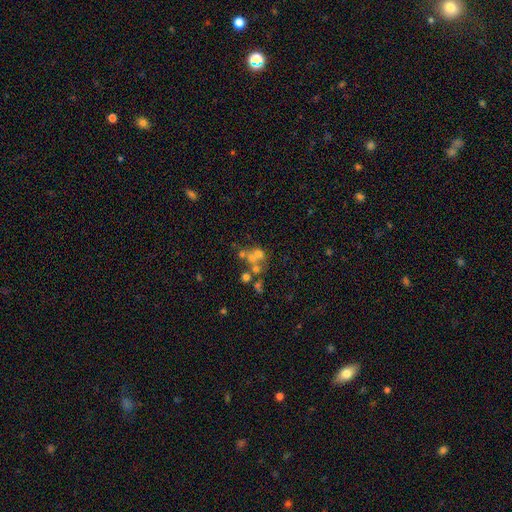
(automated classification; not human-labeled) smooth_or_featured: smooth (p=0.46) [alt: featured or disk p=0.34]
merging: merger (p=0.50) [alt: none p=0.34]